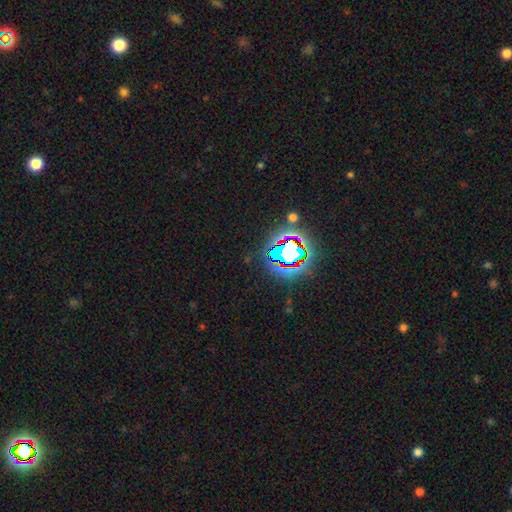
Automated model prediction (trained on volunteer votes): smooth_or_featured: star or artifact (p=0.80) [alt: smooth p=0.11]